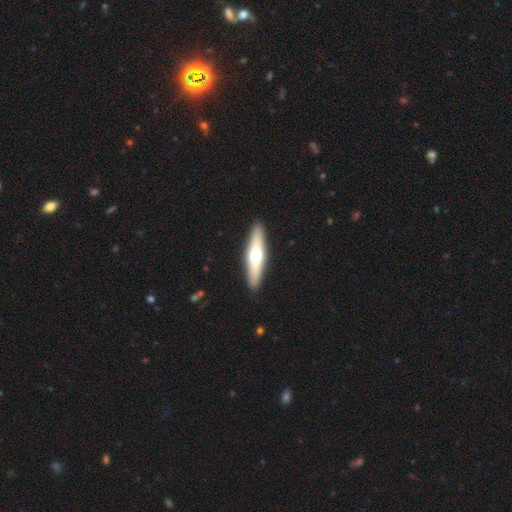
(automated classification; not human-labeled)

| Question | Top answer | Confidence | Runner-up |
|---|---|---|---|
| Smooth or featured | featured or disk | 50% | smooth (45%) |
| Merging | none | 91% | minor disturbance (6%) |